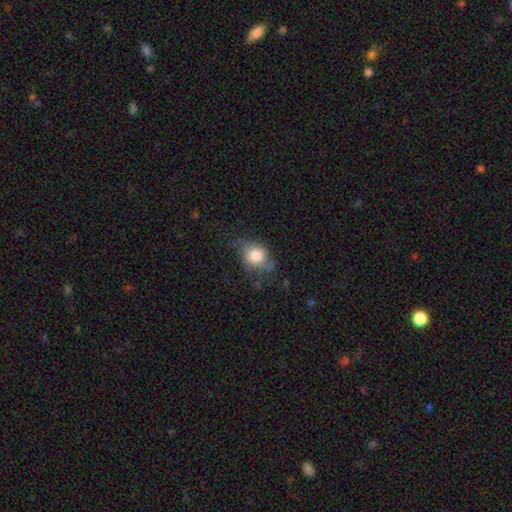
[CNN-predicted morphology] This appears to be a smooth galaxy with no disk features (72%) that is round (57%). Merging: none (53%).